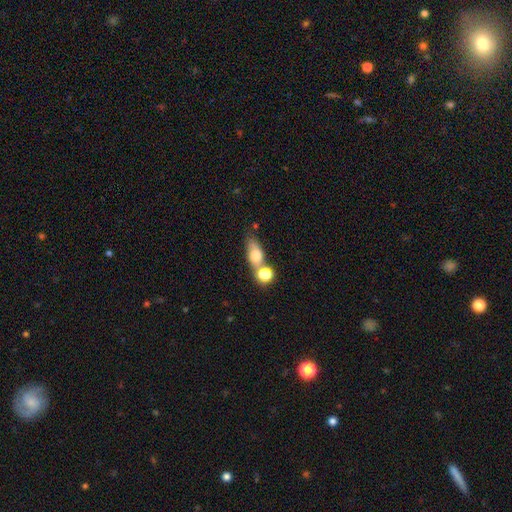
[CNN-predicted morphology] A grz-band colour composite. It shows a smooth galaxy with no disk features (69%) that is in between round and cigar-shaped (57%). Merging: none (42%).